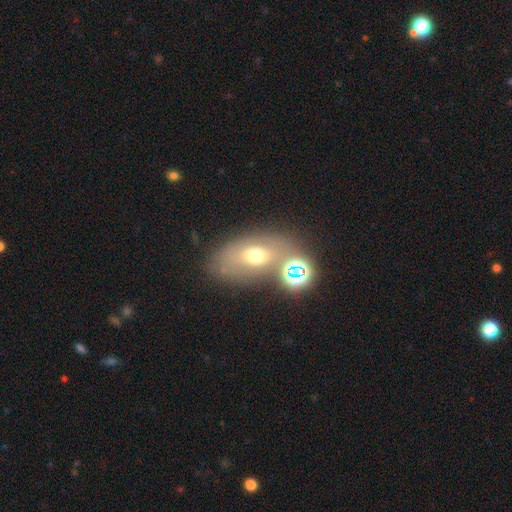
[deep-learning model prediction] Q: Smooth or featured?
A: smooth (53%); runner-up: featured or disk (29%)
Q: How rounded?
A: in between (82%); runner-up: round (16%)
Q: Merging?
A: none (55%); runner-up: merger (18%)